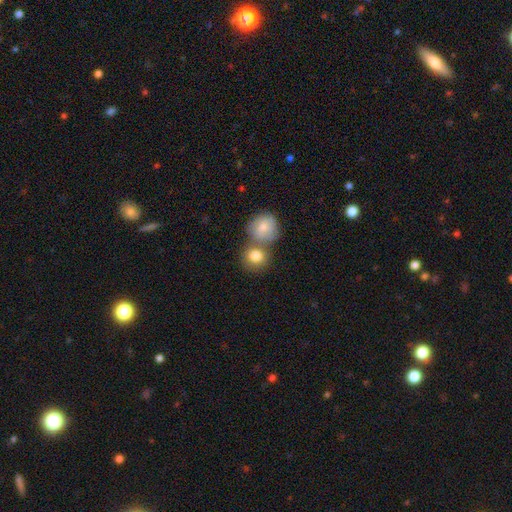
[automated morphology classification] A smooth galaxy with no disk features (82%) that is round (82%). Merging: none (45%).